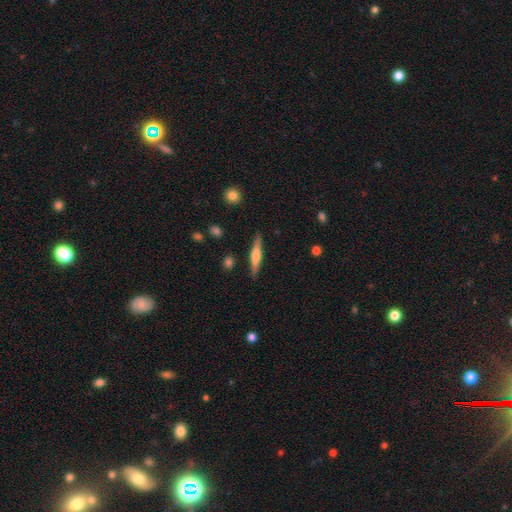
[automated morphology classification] smooth-or-featured: featured or disk: 54% | smooth: 40% | star or artifact: 6%
  disk-edge-on: yes: 96% | no: 4%
    edge-on-bulge: rounded: 81% | boxy: 11% | none: 8%
  merging: none: 88% | minor disturbance: 8% | major disturbance: 2% | merger: 2%